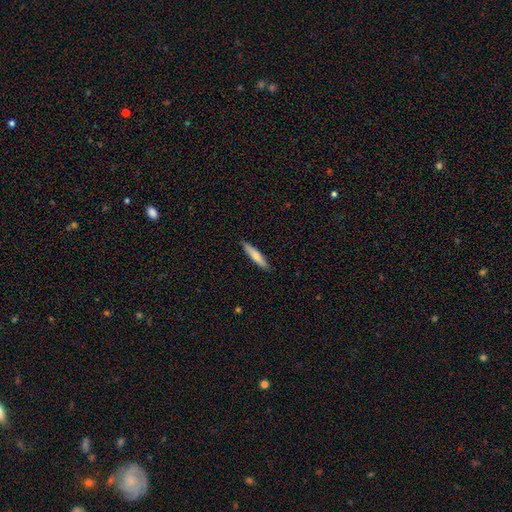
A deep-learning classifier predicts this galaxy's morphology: A smooth galaxy with no disk features (69%) that is cigar-shaped (89%).

Vote fractions:
- Smooth or featured? smooth: 69% / featured or disk: 26% / star or artifact: 5%
- How rounded? cigar-shaped: 89% / in between: 10% / round: 1%
- Merging? none: 89% / minor disturbance: 8% / major disturbance: 2% / merger: 1%